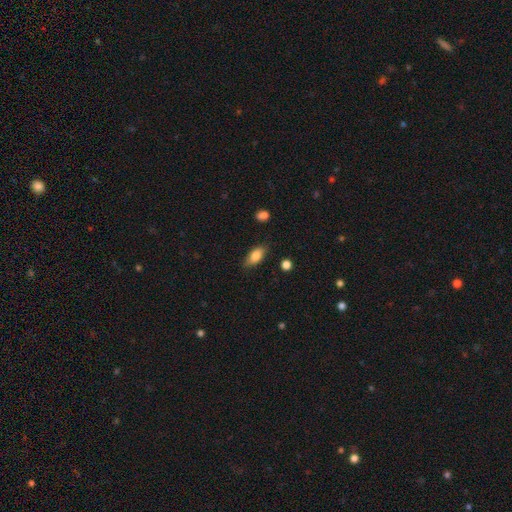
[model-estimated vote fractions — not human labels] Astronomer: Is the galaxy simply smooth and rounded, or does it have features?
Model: smooth — 81%.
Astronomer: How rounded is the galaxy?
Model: in between — 85%.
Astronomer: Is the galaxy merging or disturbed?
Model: none — 82%.